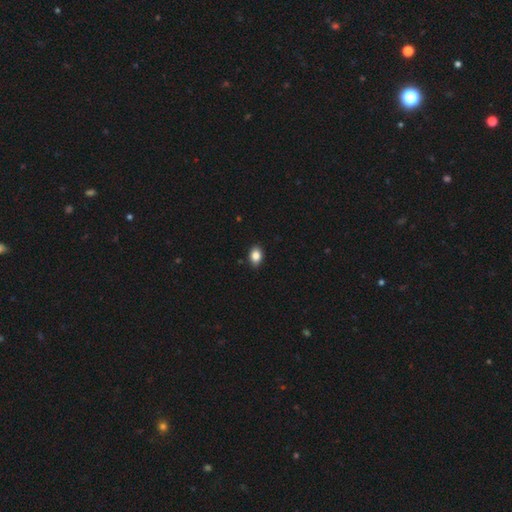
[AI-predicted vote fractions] This appears to be a smooth galaxy with no disk features (86%) that is in between round and cigar-shaped (78%). Merging: none (88%).